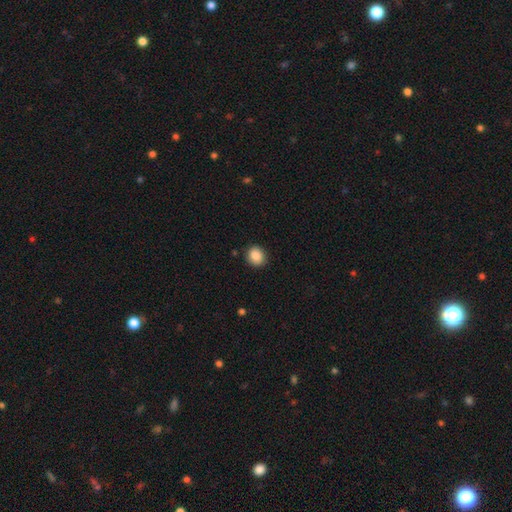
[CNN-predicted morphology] Overall: smooth (88%). How rounded: round (75%). Merging: none (87%).